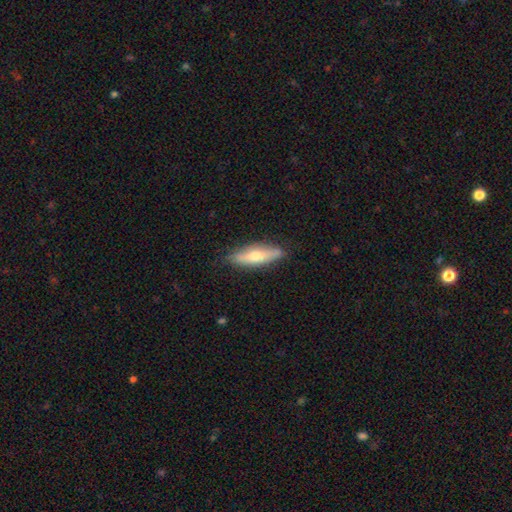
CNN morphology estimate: This appears to be a smooth galaxy with no disk features (49%). Merging: none (85%).